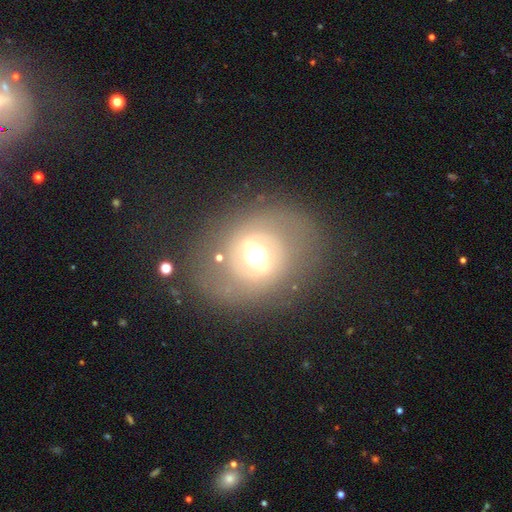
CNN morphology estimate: The model was most divided on "smooth or featured": featured or disk: 50%, smooth: 36%, star or artifact: 13%. More confident: edge-on disk — no (93%); merging — none (74%).